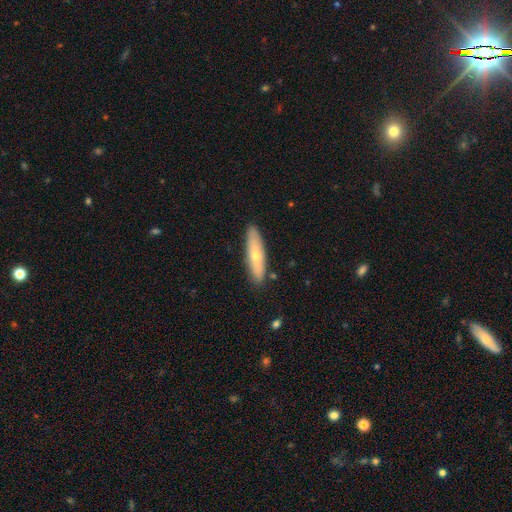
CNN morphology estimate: Overall: smooth (55%; featured or disk 39%). How rounded: cigar-shaped (68%; in between 30%). Merging: none (87%).